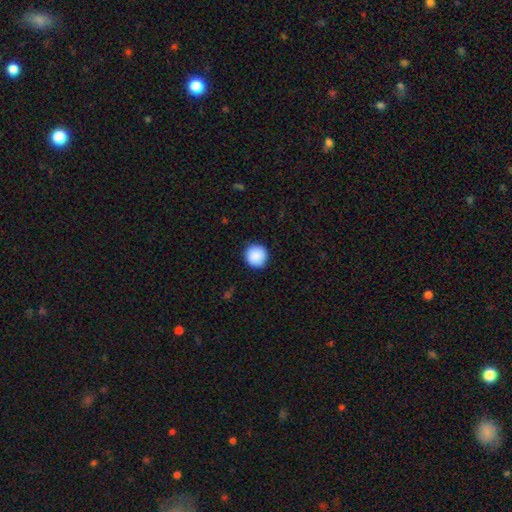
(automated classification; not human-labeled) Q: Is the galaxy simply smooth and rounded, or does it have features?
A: smooth — 89%.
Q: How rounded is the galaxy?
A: round — 95%.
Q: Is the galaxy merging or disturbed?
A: none — 89%.